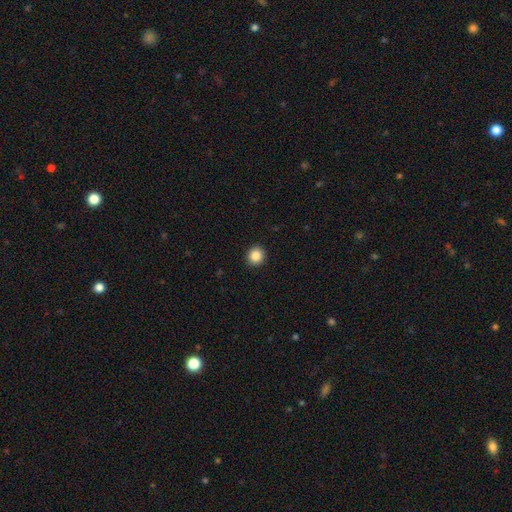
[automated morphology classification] A smooth galaxy with no disk features (86%) that is round (93%).

Vote fractions:
- Smooth or featured? smooth: 86% / star or artifact: 10% / featured or disk: 4%
- How rounded? round: 93% / in between: 6% / cigar-shaped: 1%
- Merging? none: 93% / minor disturbance: 4% / major disturbance: 2% / merger: 1%